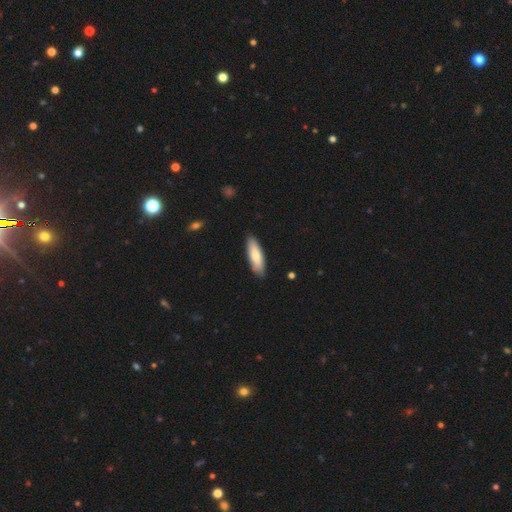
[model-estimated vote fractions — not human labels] smooth-or-featured: smooth: 75% | featured or disk: 19% | star or artifact: 5%
  how-rounded: cigar-shaped: 50% | in between: 49% | round: 2%
  merging: none: 88% | minor disturbance: 9% | major disturbance: 2% | merger: 1%